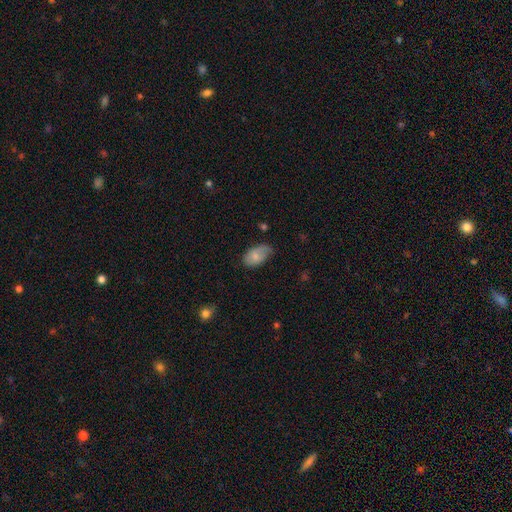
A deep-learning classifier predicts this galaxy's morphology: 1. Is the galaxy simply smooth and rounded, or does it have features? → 74% smooth, 19% featured or disk, 7% star or artifact.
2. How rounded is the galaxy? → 93% in between, 6% round, 2% cigar-shaped.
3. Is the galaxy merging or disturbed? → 54% none, 36% minor disturbance, 9% major disturbance, 2% merger.